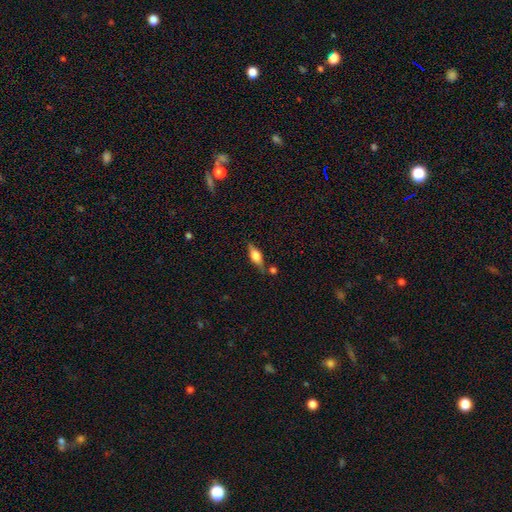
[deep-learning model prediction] Overall: featured or disk (49%; smooth 43%). Merging: none (73%).